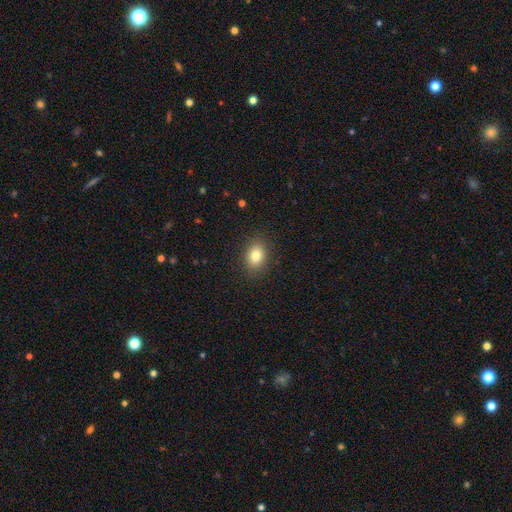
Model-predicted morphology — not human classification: Smooth or featured?
  - smooth: 82% *
  - star or artifact: 10%
  - featured or disk: 8%
How rounded?
  - in between: 72% *
  - round: 27%
  - cigar-shaped: 1%
Merging?
  - none: 88% *
  - minor disturbance: 9%
  - major disturbance: 3%
  - merger: 1%